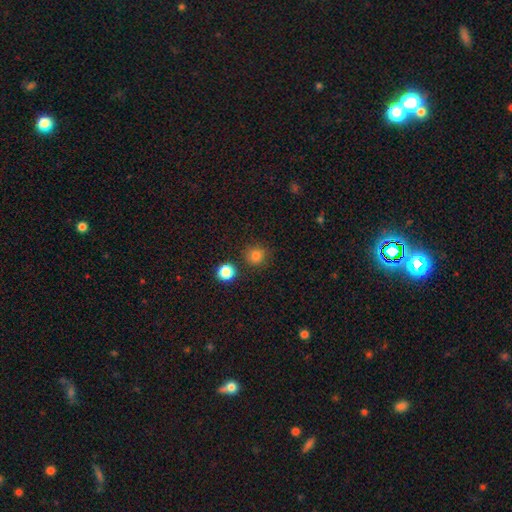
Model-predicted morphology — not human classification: Smooth or featured?
  - smooth: 82% *
  - star or artifact: 14%
  - featured or disk: 5%
How rounded?
  - round: 92% *
  - in between: 7%
  - cigar-shaped: 1%
Merging?
  - none: 84% *
  - minor disturbance: 9%
  - merger: 5%
  - major disturbance: 3%